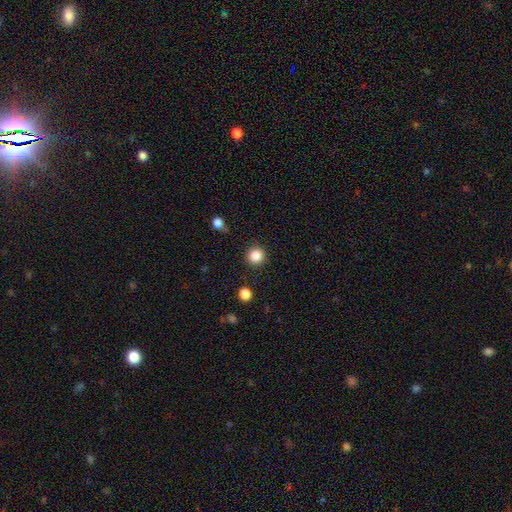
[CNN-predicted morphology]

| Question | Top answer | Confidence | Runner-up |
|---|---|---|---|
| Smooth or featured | smooth | 86% | star or artifact (11%) |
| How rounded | round | 94% | in between (5%) |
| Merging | none | 90% | minor disturbance (6%) |